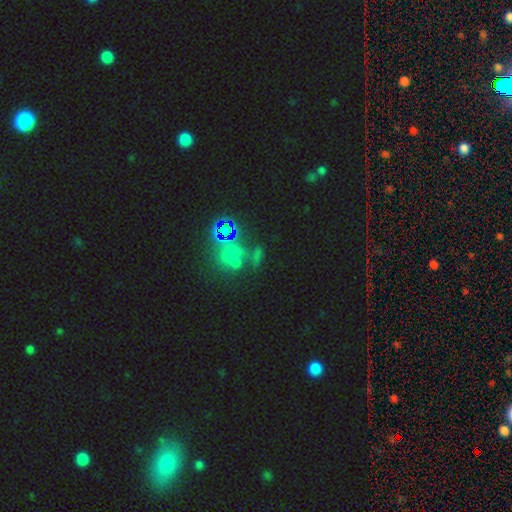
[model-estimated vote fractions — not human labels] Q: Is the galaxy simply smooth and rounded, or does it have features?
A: star or artifact — 61%.